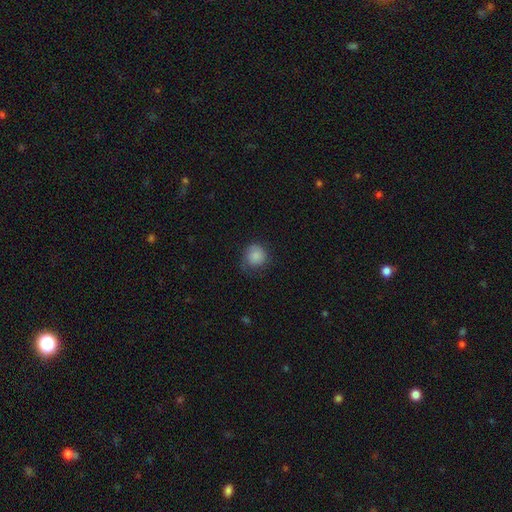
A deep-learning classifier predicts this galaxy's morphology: Q: Smooth or featured?
A: smooth (84%); runner-up: featured or disk (9%)
Q: How rounded?
A: round (87%); runner-up: in between (12%)
Q: Merging?
A: none (63%); runner-up: minor disturbance (26%)